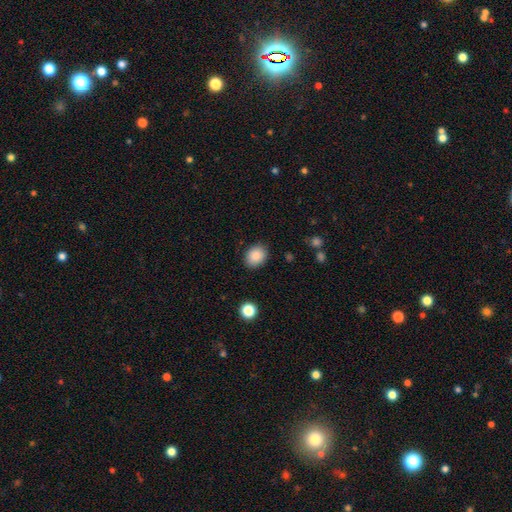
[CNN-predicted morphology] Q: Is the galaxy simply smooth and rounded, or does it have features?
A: smooth — 88%.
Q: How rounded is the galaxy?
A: in between — 54%.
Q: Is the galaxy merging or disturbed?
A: none — 86%.